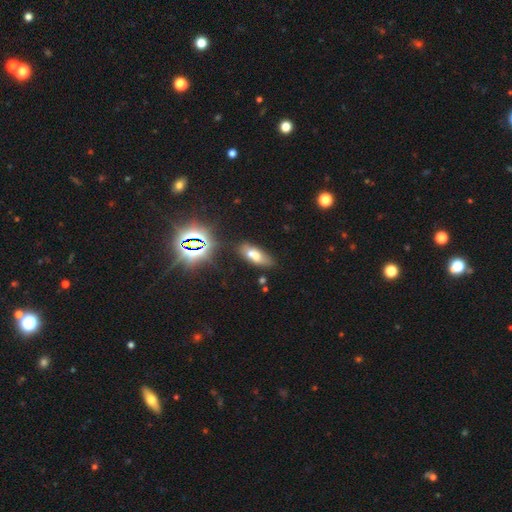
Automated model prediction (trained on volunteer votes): Overall: smooth (58%; featured or disk 23%). How rounded: in between (77%). Merging: none (45%; merger 33%).